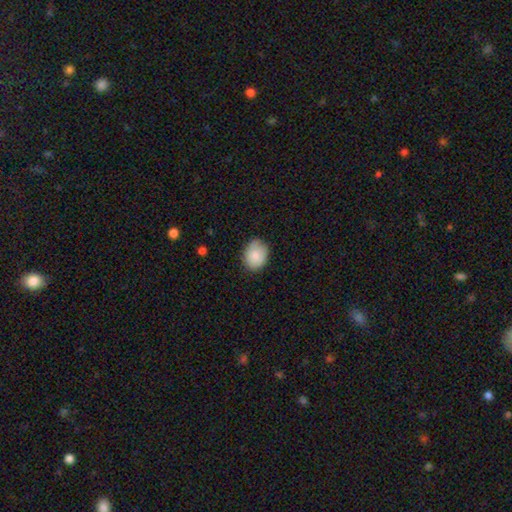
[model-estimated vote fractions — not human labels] Smooth or featured? smooth (84%)
How rounded? in between (60%)
Merging? none (80%)